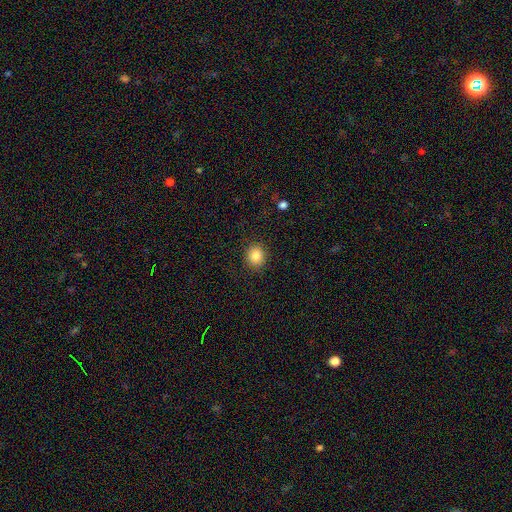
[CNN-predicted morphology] smooth 85%, star or artifact 10%, featured or disk 5%. Down the decision tree: how rounded — round (82%); merging — none (90%).